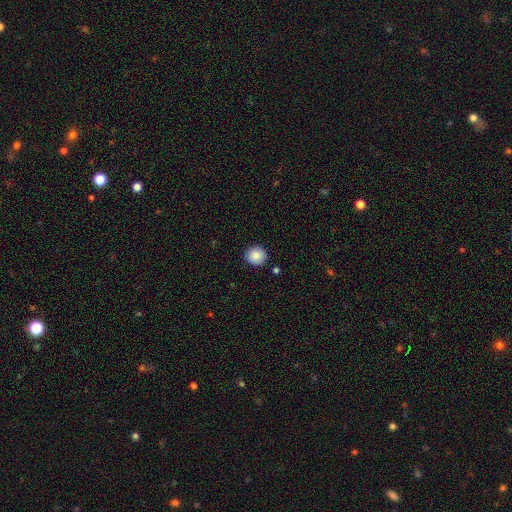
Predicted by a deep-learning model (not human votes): smooth_or_featured: smooth (p=0.87) [alt: star or artifact p=0.08]
how_rounded: round (p=0.91) [alt: in between p=0.08]
merging: none (p=0.89) [alt: minor disturbance p=0.07]